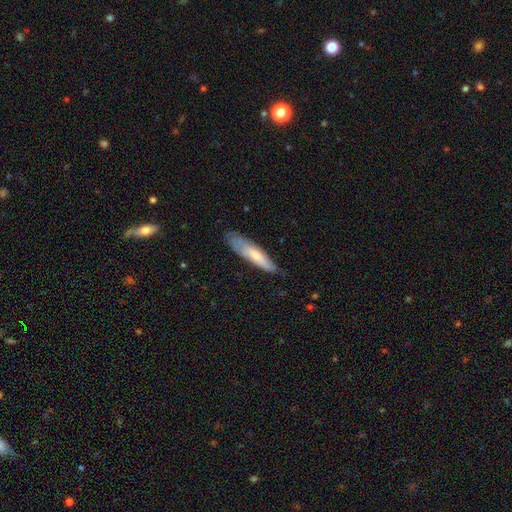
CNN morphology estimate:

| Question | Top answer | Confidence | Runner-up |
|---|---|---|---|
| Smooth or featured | smooth | 65% | featured or disk (29%) |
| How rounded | cigar-shaped | 73% | in between (25%) |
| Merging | none | 63% | minor disturbance (27%) |